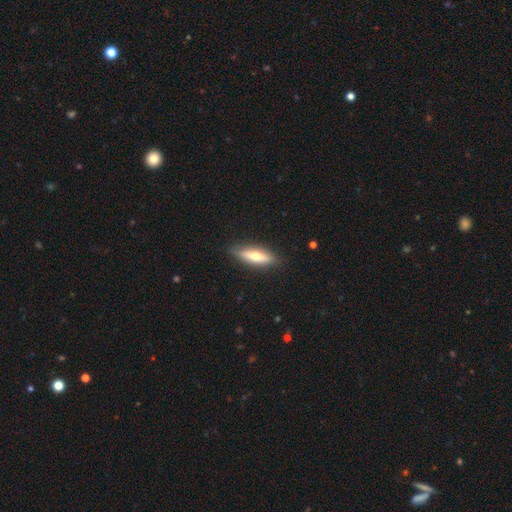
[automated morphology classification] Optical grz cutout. It shows a smooth galaxy with no disk features (51%) that is cigar-shaped (57%). Merging: none (87%).